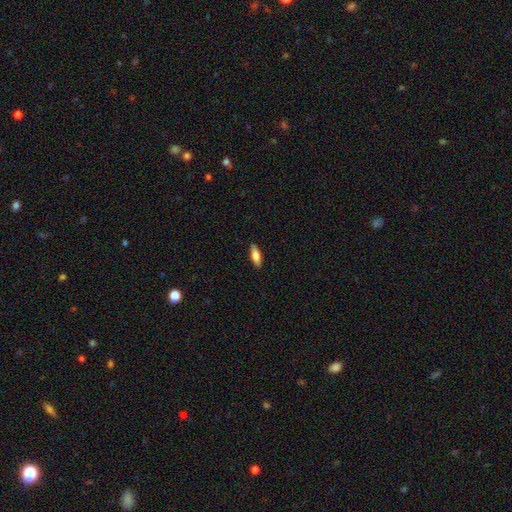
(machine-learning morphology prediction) This appears to be a smooth galaxy with no disk features (77%) that is in between round and cigar-shaped (58%). Merging: none (88%).